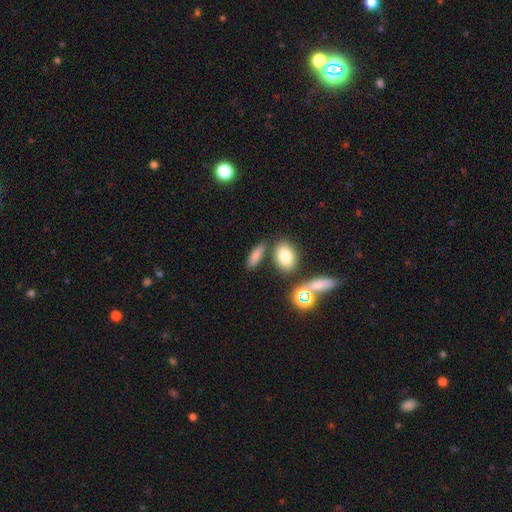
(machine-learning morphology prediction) The model was most divided on "how rounded": in between: 61%, cigar-shaped: 29%, round: 9%. More confident: smooth or featured — smooth (77%); merging — none (73%).